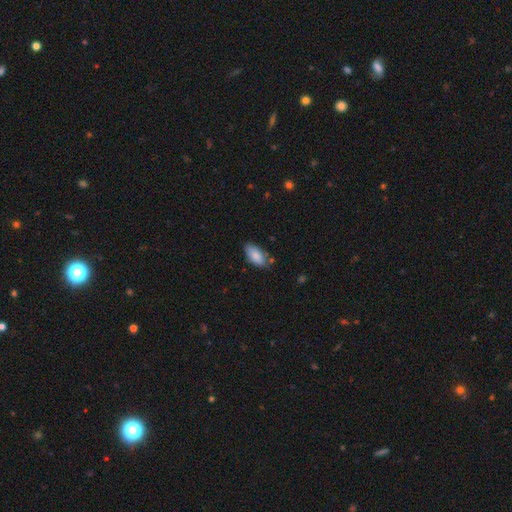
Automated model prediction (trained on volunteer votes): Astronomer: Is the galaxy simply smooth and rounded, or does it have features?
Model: smooth — 84%.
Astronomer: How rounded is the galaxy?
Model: in between — 91%.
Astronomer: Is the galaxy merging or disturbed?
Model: none — 71%.